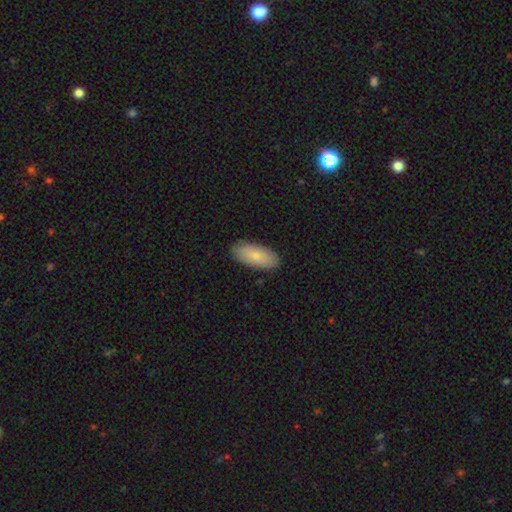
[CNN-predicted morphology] smooth-or-featured: smooth: 81% | featured or disk: 13% | star or artifact: 6%
  how-rounded: in between: 87% | cigar-shaped: 11% | round: 2%
  merging: none: 88% | minor disturbance: 9% | major disturbance: 2% | merger: 1%